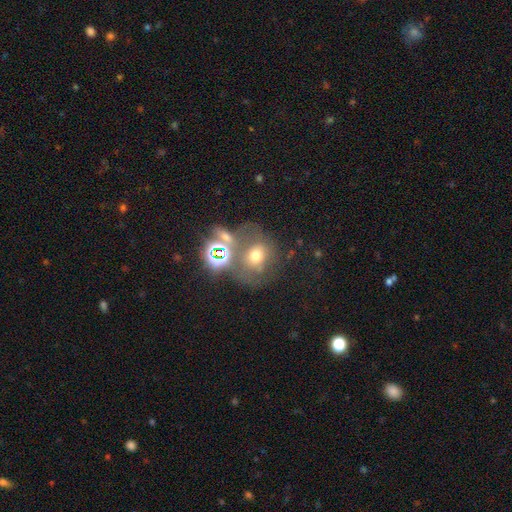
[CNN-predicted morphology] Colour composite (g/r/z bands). It shows a smooth galaxy with no disk features (54%) that is round (69%). Merging: none (43%).